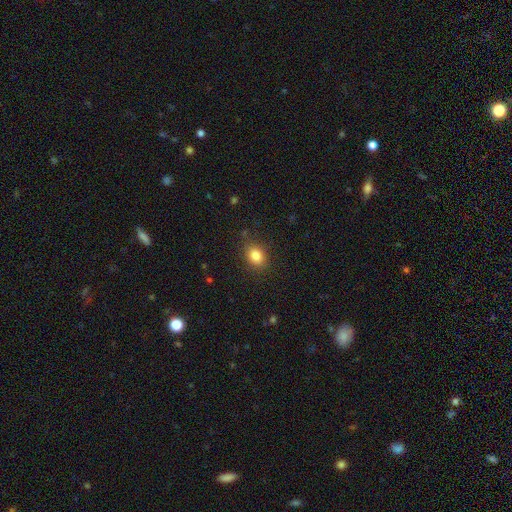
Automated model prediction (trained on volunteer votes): The model was most divided on "how rounded": in between: 53%, round: 46%, cigar-shaped: 1%. More confident: merging — none (84%); smooth or featured — smooth (84%).